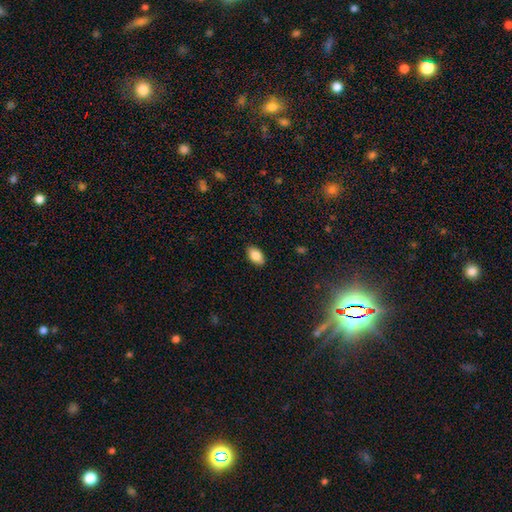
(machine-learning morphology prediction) smooth_or_featured: smooth (p=0.85) [alt: featured or disk p=0.08]
how_rounded: in between (p=0.93) [alt: round p=0.05]
merging: none (p=0.88) [alt: minor disturbance p=0.09]